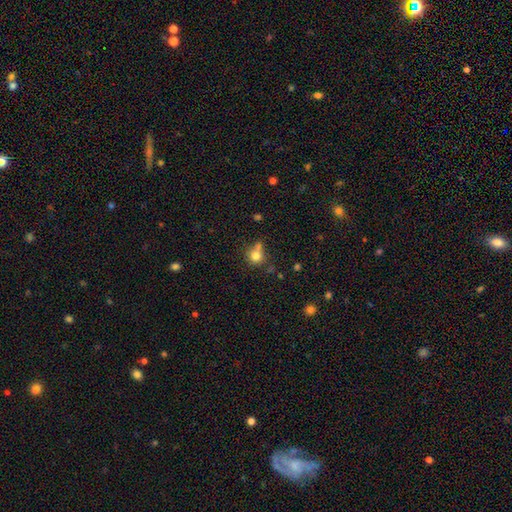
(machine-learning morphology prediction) smooth_or_featured: smooth (p=0.79) [alt: star or artifact p=0.12]
how_rounded: round (p=0.87) [alt: in between p=0.12]
merging: none (p=0.56) [alt: merger p=0.23]